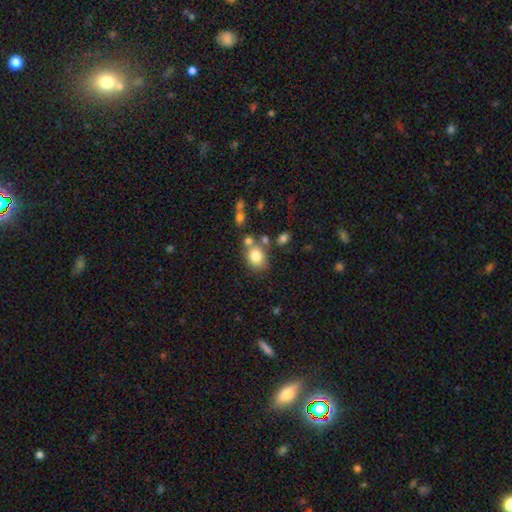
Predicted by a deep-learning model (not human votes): Overall: smooth (79%). How rounded: in between (50%; round 49%). Merging: none (59%; merger 21%).